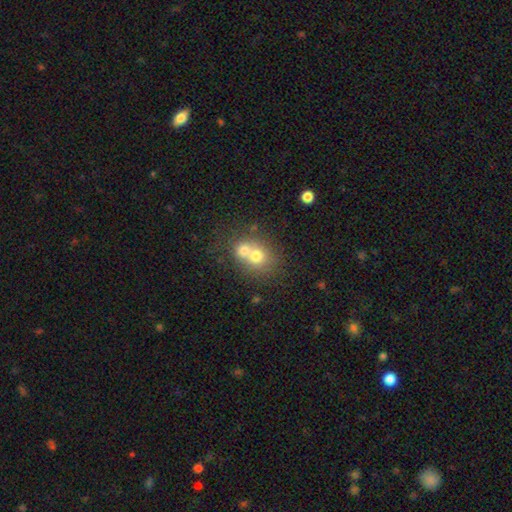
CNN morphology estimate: Overall: smooth (68%). How rounded: round (71%). Merging: merger (64%; none 27%).